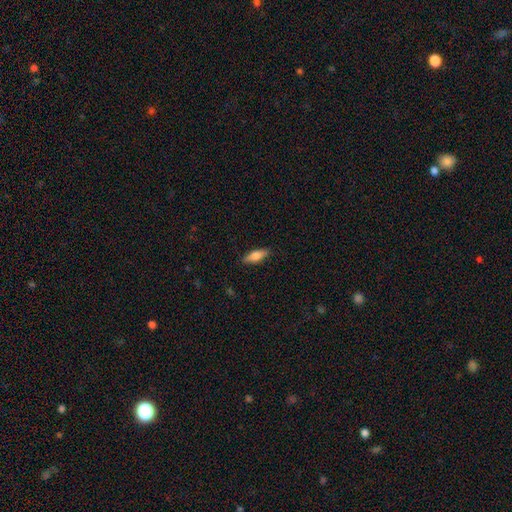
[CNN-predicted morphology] This appears to be a smooth galaxy with no disk features (75%) that is in between round and cigar-shaped (62%). Merging: none (88%).